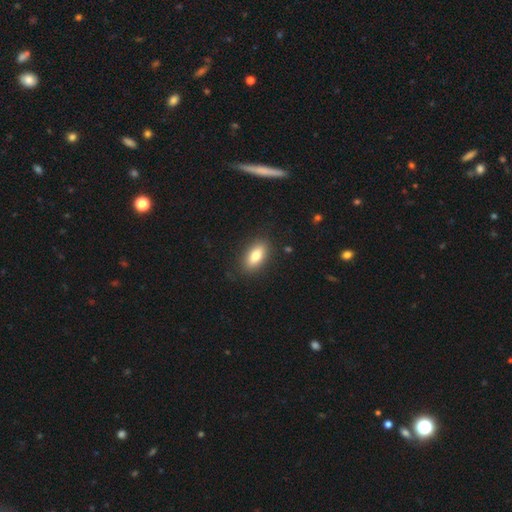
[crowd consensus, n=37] Q: Smooth or featured?
A: smooth (68%); runner-up: featured or disk (22%)
Q: How rounded?
A: in between (72%); runner-up: cigar-shaped (24%)
Q: Merging?
A: none (91%); runner-up: minor disturbance (9%)